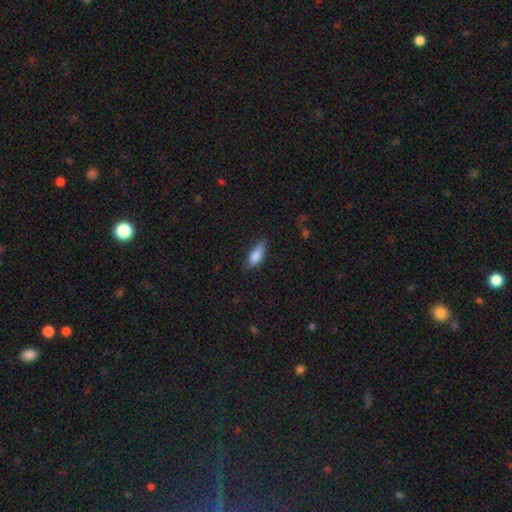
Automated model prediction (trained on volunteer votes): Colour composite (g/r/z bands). It shows a smooth galaxy with no disk features (83%) that is in between round and cigar-shaped (74%). Merging: none (68%).